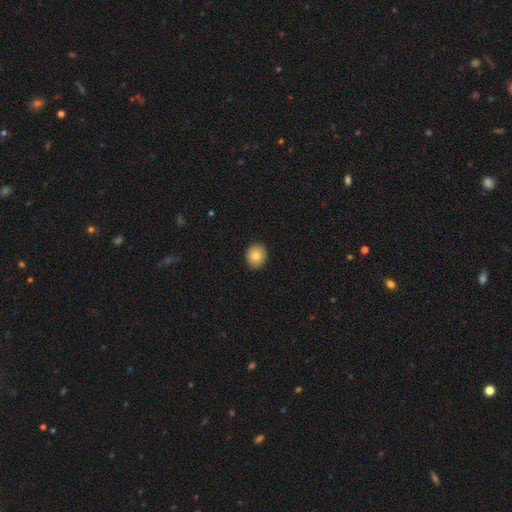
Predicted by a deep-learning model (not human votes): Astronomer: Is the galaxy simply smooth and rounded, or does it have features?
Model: smooth — 80%.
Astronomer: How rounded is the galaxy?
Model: round — 80%.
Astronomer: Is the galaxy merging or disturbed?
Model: none — 92%.